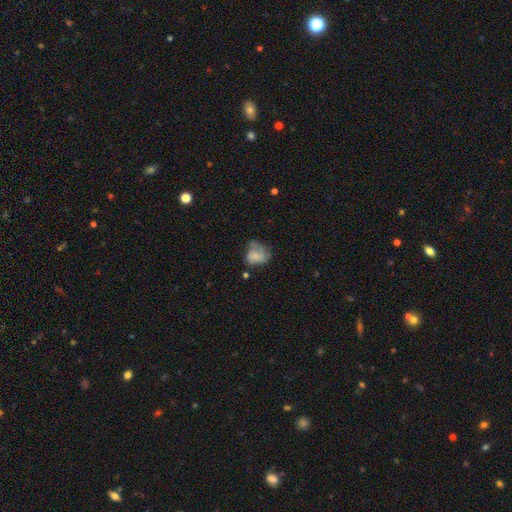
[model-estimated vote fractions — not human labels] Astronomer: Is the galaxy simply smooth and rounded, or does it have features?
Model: smooth — 58%.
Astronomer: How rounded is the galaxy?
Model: in between — 60% (runner-up: round, 39%).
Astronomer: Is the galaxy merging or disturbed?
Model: major disturbance — 33% (runner-up: minor disturbance, 30%).